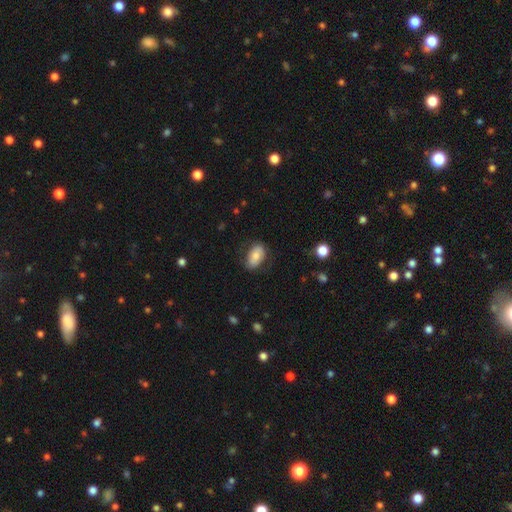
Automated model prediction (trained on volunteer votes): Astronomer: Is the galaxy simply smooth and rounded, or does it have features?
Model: smooth — 75%.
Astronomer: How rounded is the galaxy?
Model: in between — 92%.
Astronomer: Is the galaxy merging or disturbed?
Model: none — 73%.